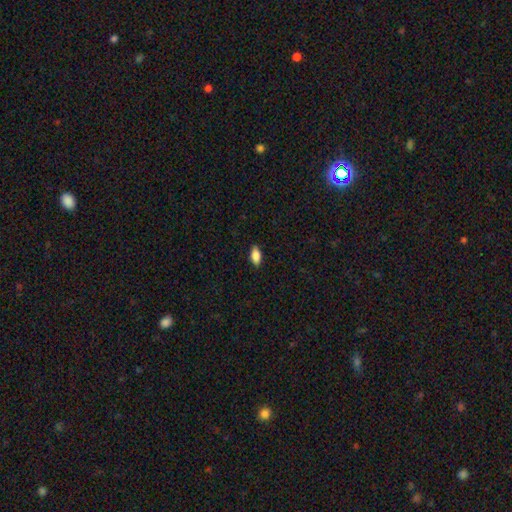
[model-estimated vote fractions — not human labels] Smooth or featured: smooth — 86% (featured or disk — 7%)
How rounded: in between — 89% (cigar-shaped — 8%)
Merging: none — 88% (minor disturbance — 10%)